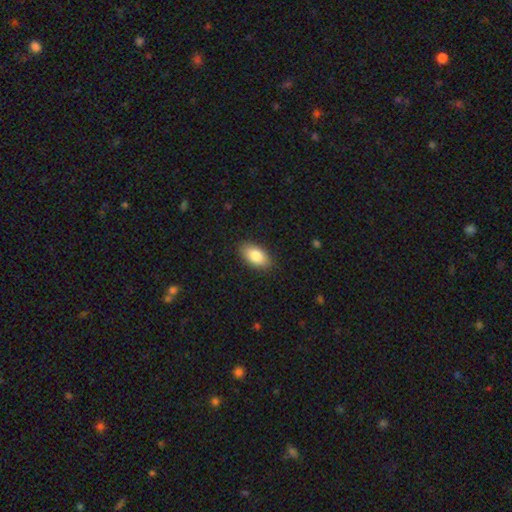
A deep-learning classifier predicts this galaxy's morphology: type=smooth (84%); roundness=in between (93%); merging=none (88%).